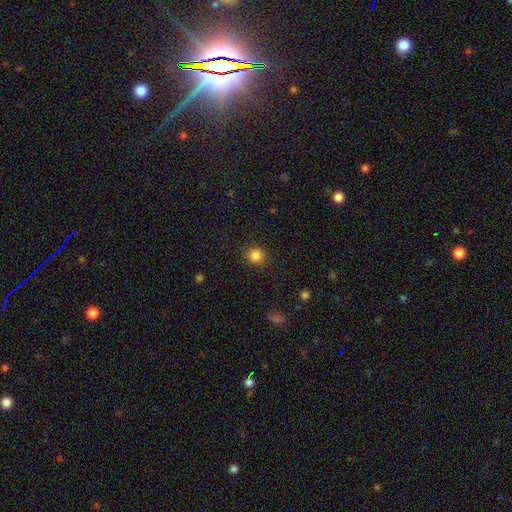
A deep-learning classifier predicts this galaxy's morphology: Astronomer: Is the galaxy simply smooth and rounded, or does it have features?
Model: smooth — 85%.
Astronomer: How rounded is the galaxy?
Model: round — 90%.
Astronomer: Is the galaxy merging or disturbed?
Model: none — 89%.